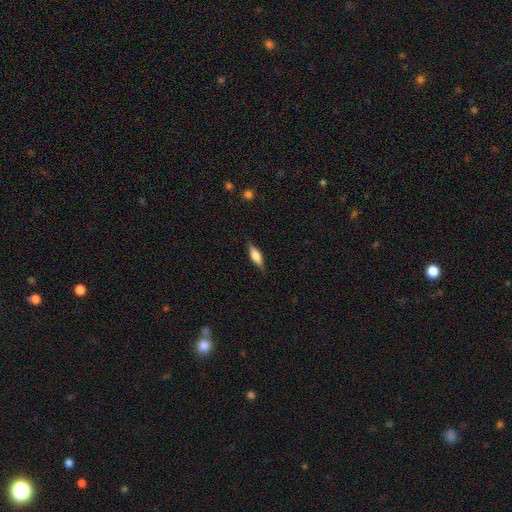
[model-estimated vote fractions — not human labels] smooth-or-featured: smooth: 58% | featured or disk: 35% | star or artifact: 7%
  how-rounded: in between: 58% | cigar-shaped: 39% | round: 3%
  merging: none: 82% | minor disturbance: 14% | major disturbance: 3% | merger: 1%